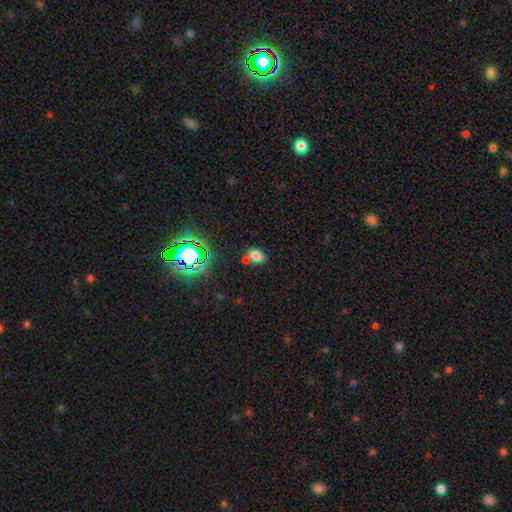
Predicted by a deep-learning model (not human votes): Smooth or featured? smooth (74%)
How rounded? in between (82%)
Merging? none (62%)